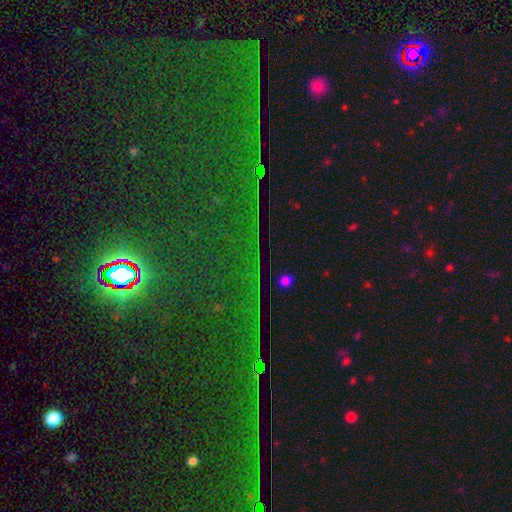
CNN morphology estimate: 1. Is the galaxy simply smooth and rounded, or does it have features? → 85% star or artifact, 8% smooth, 7% featured or disk.